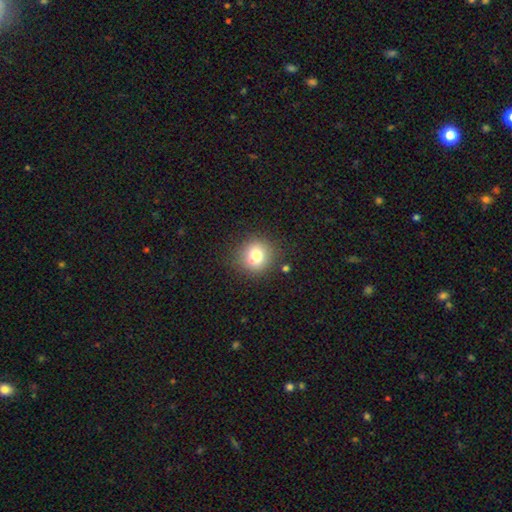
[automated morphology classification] smooth 77%, star or artifact 13%, featured or disk 10%. Down the decision tree: how rounded — round (89%); merging — none (83%).